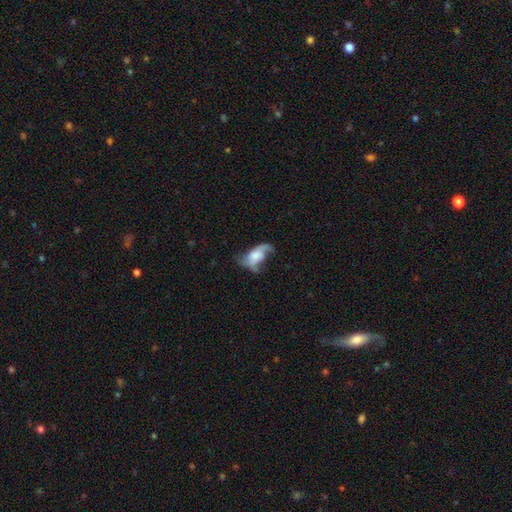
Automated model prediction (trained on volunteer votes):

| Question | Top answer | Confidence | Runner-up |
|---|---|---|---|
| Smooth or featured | featured or disk | 57% | smooth (35%) |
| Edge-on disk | no | 91% | yes (9%) |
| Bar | no | 64% | weak (27%) |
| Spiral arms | yes | 80% | no (20%) |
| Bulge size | moderate | 29% | large (27%) |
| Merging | none | 40% | major disturbance (31%) |